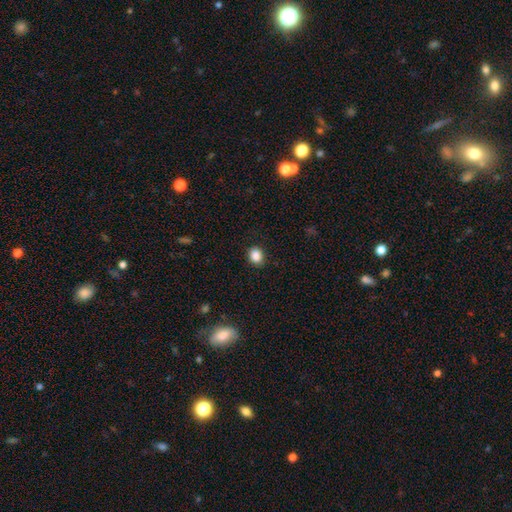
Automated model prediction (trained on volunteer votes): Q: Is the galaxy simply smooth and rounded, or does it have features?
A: smooth — 87%.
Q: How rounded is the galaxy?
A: round — 61%.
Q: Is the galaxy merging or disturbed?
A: none — 88%.